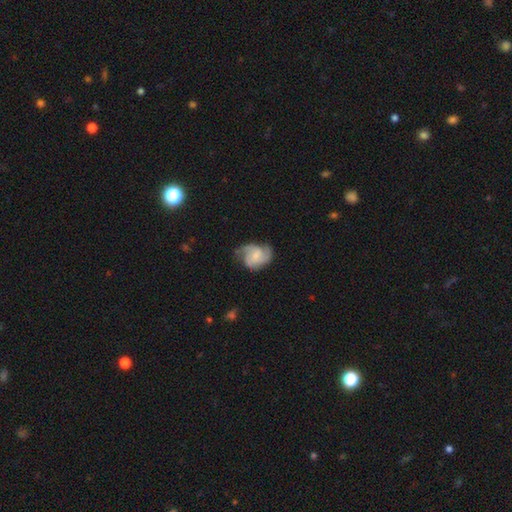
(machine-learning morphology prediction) Smooth or featured? featured or disk (70%)
Edge-on disk? no (98%)
Bar? no (57%)
Spiral arms? yes (92%)
Spiral winding? medium (49%)
Spiral arm count? 3 (43%)
Bulge size? small (45%)
Merging? none (56%)